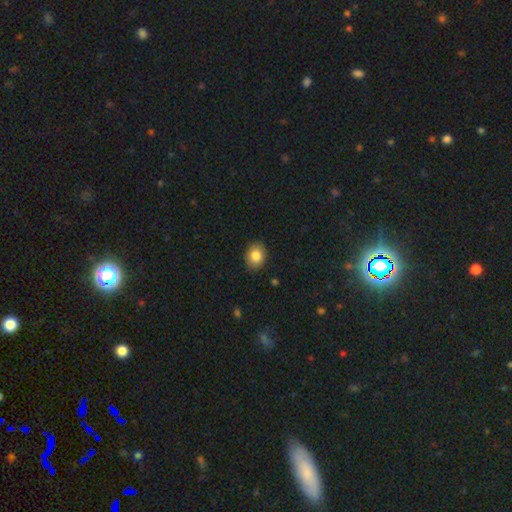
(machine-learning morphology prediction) A smooth galaxy with no disk features (84%) that is in between round and cigar-shaped (52%). Merging: none (88%).